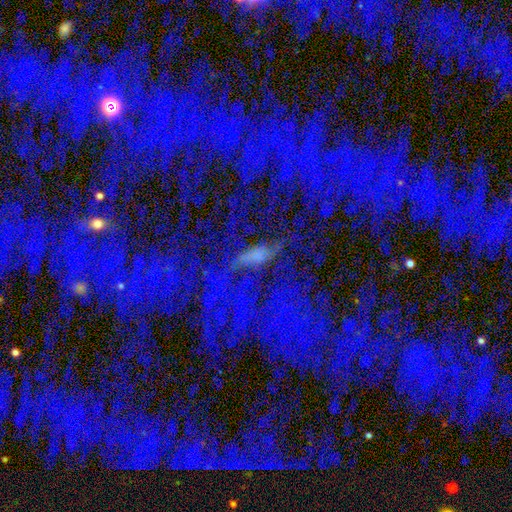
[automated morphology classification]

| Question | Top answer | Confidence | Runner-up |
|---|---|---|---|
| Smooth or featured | star or artifact | 52% | smooth (25%) |